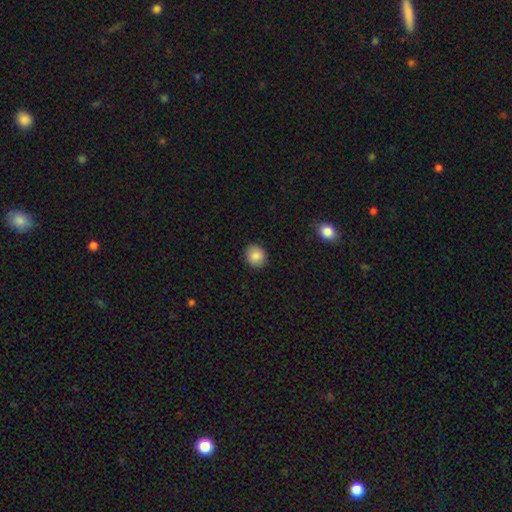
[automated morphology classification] Smooth or featured?
  - smooth: 86% *
  - star or artifact: 9%
  - featured or disk: 5%
How rounded?
  - round: 82% *
  - in between: 17%
  - cigar-shaped: 1%
Merging?
  - none: 90% *
  - minor disturbance: 7%
  - major disturbance: 2%
  - merger: 1%